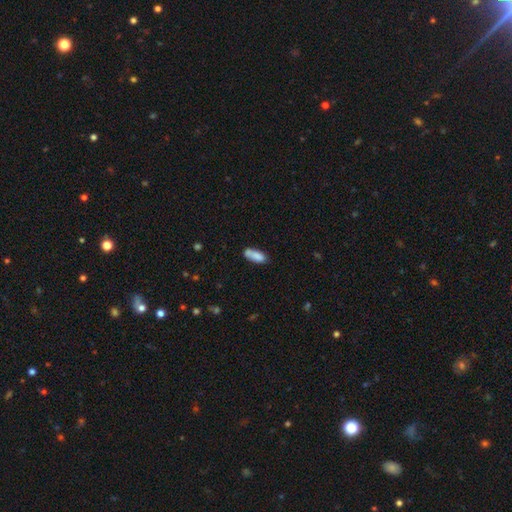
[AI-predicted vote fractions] The model was most divided on "merging": none: 58%, minor disturbance: 22%, merger: 14%, major disturbance: 6%. More confident: smooth or featured — smooth (82%); how rounded — in between (73%).